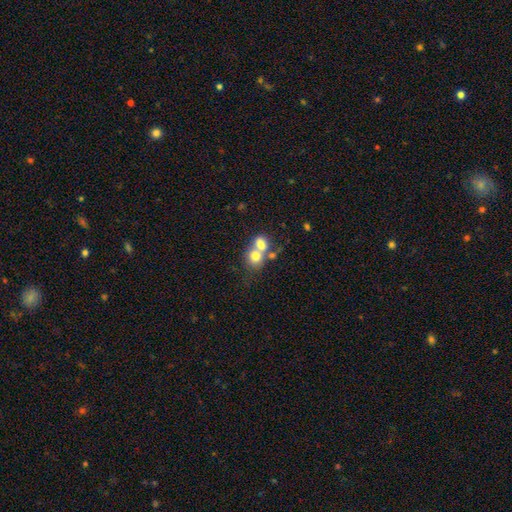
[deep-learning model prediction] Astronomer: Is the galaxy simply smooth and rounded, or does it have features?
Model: smooth — 73%.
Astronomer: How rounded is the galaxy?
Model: round — 59% (runner-up: in between, 40%).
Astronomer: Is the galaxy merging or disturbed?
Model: merger — 67%.